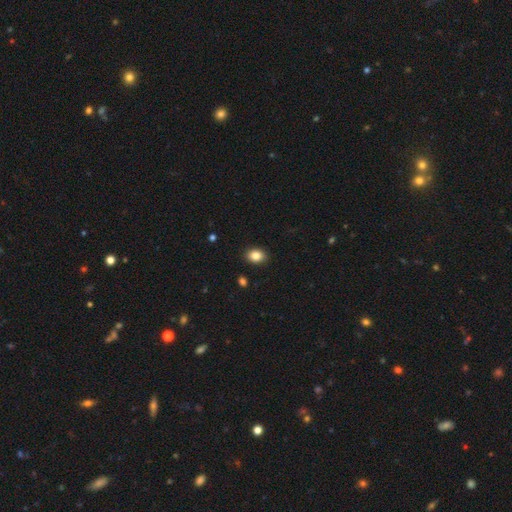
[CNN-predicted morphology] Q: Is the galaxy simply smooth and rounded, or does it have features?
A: smooth — 86%.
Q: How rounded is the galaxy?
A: in between — 68%.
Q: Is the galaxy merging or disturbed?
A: none — 90%.